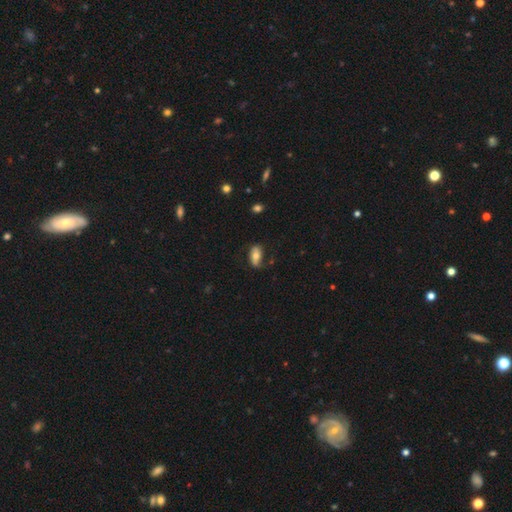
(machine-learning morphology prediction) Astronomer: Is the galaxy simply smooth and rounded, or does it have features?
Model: smooth — 68%.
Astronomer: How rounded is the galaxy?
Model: in between — 89%.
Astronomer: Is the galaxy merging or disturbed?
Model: none — 68%.